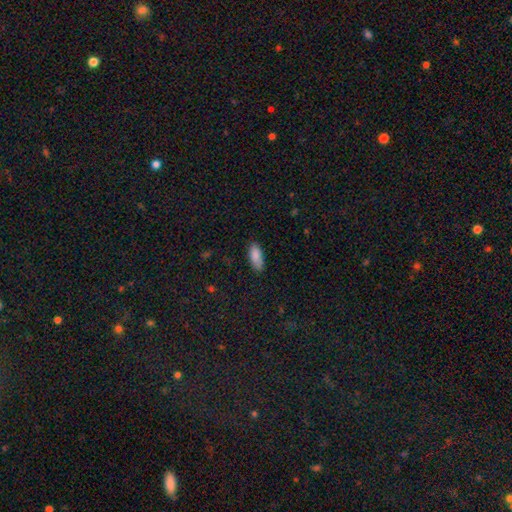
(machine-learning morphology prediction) The model was most divided on "how rounded": in between: 81%, cigar-shaped: 17%, round: 2%. More confident: smooth or featured — smooth (87%); merging — none (80%).